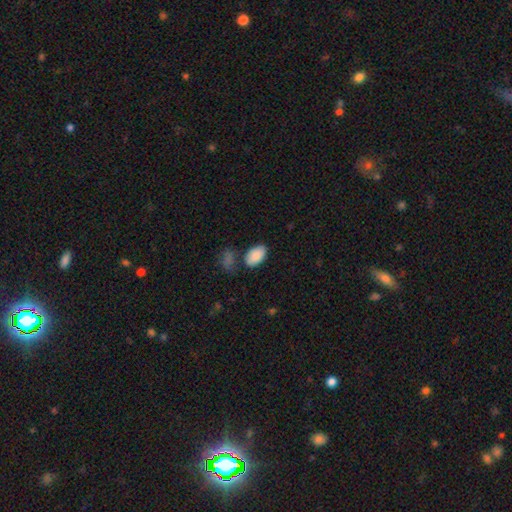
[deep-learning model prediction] Smooth or featured: smooth — 88% (star or artifact — 6%)
How rounded: in between — 94% (round — 4%)
Merging: none — 70% (minor disturbance — 16%)